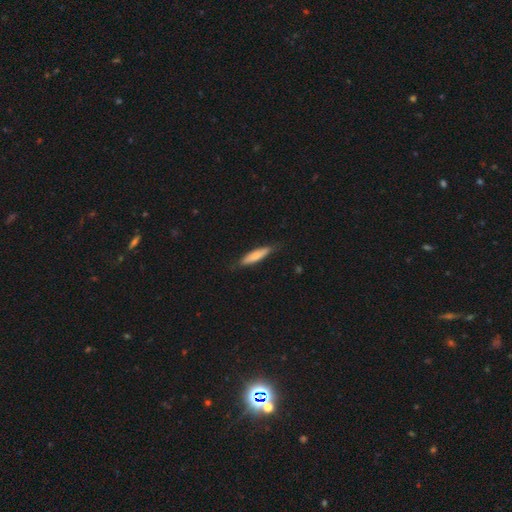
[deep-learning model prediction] Smooth or featured?
  - smooth: 74% *
  - featured or disk: 21%
  - star or artifact: 5%
How rounded?
  - cigar-shaped: 77% *
  - in between: 22%
  - round: 2%
Merging?
  - none: 80% *
  - minor disturbance: 16%
  - major disturbance: 3%
  - merger: 1%